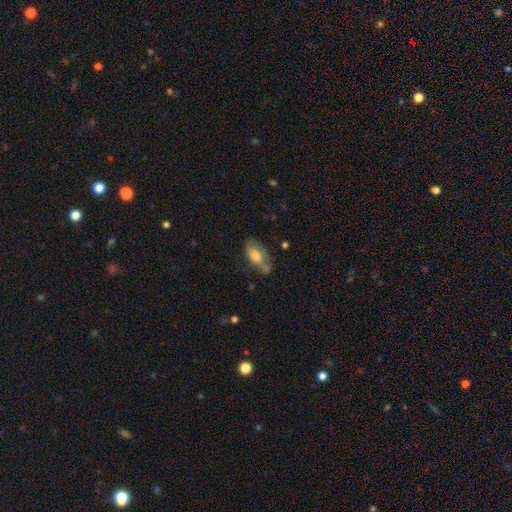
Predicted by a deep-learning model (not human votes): Smooth or featured: smooth — 62% (featured or disk — 30%)
How rounded: in between — 87% (cigar-shaped — 9%)
Merging: none — 46% (minor disturbance — 33%)